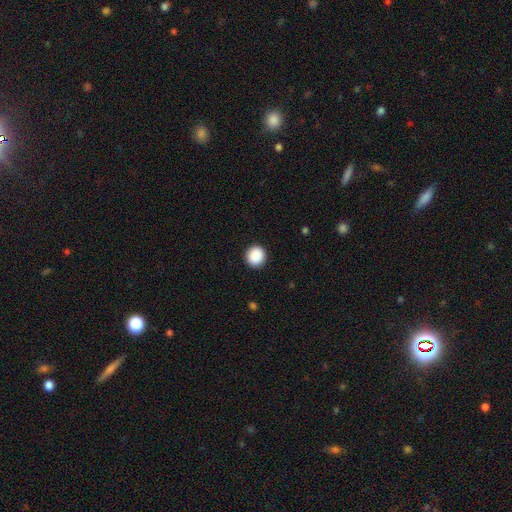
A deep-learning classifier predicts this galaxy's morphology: smooth 90%, star or artifact 8%, featured or disk 2%. Down the decision tree: how rounded — round (91%); merging — none (92%).